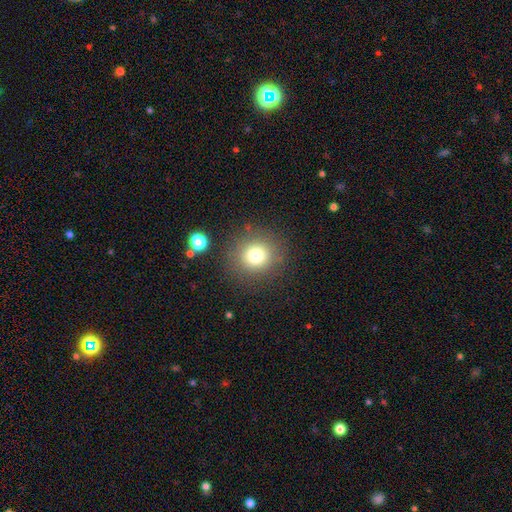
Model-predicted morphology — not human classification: This is likely a smooth galaxy (76%). How rounded: clearly round (91%). Merging: clearly none (85%).